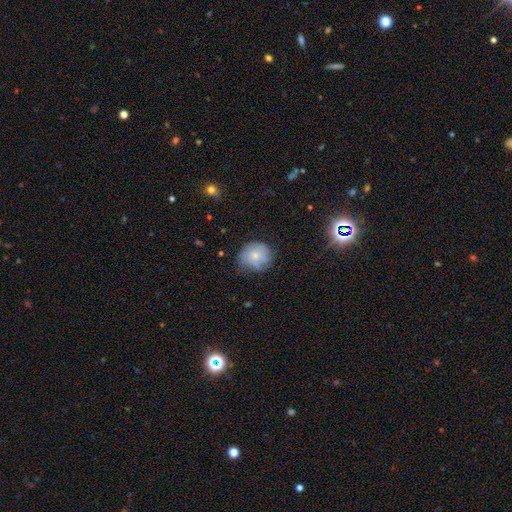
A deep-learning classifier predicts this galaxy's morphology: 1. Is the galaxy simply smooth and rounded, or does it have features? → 68% smooth, 22% featured or disk, 9% star or artifact.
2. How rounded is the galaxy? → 80% round, 19% in between, 1% cigar-shaped.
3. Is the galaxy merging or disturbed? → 60% none, 29% minor disturbance, 9% major disturbance, 2% merger.